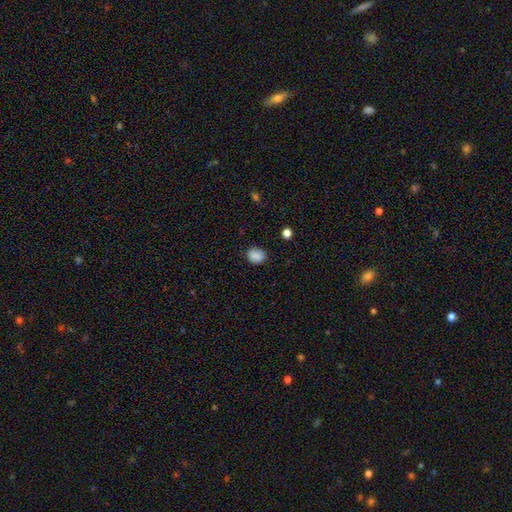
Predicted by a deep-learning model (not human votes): Overall: smooth (88%). How rounded: in between (55%; round 44%). Merging: none (81%).